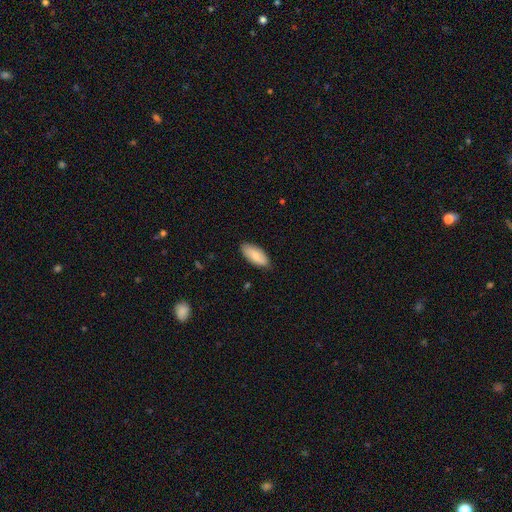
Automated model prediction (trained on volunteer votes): Morphology: type=smooth (79%); roundness=in between (90%); merging=none (86%).